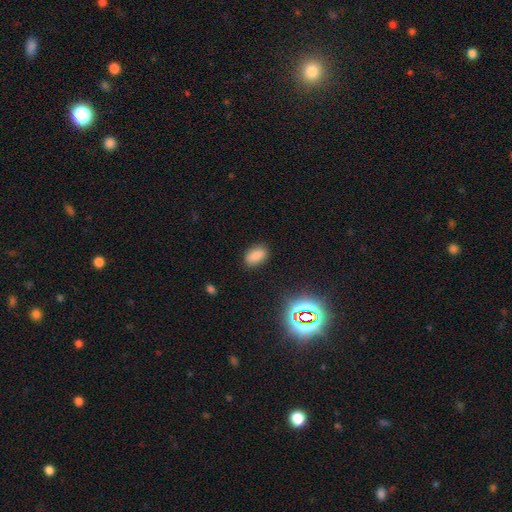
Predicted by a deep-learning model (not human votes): Smooth or featured?
  - smooth: 82% *
  - star or artifact: 13%
  - featured or disk: 5%
How rounded?
  - in between: 90% *
  - round: 8%
  - cigar-shaped: 2%
Merging?
  - none: 85% *
  - minor disturbance: 10%
  - major disturbance: 3%
  - merger: 1%